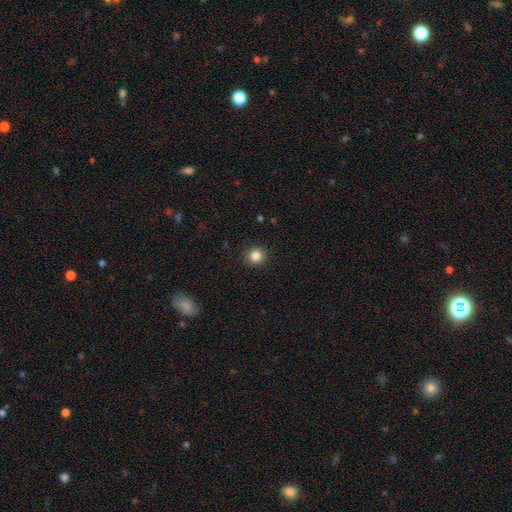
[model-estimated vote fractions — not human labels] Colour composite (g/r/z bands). It shows a smooth galaxy with no disk features (84%) that is round (92%). Merging: none (92%).